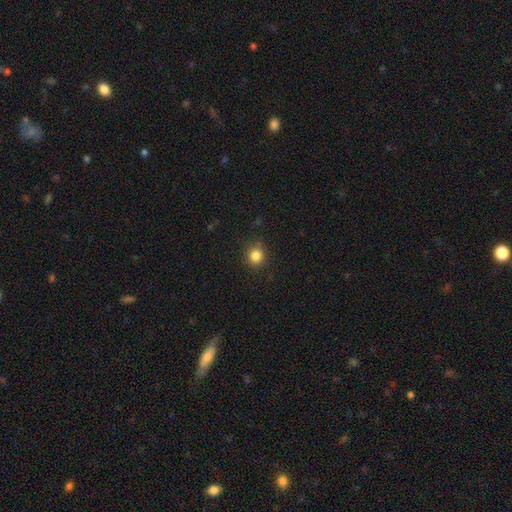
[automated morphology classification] A smooth galaxy with no disk features (84%) that is round (87%).

Vote fractions:
- Smooth or featured? smooth: 84% / star or artifact: 11% / featured or disk: 4%
- How rounded? round: 87% / in between: 13% / cigar-shaped: 1%
- Merging? none: 87% / minor disturbance: 9% / major disturbance: 3% / merger: 1%